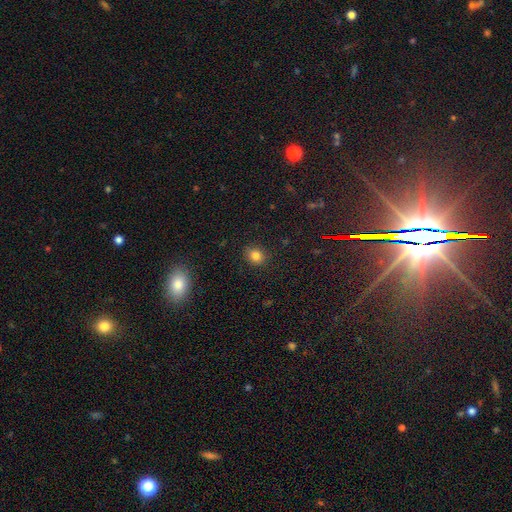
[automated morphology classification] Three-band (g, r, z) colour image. It shows a smooth galaxy with no disk features (81%) that is round (69%). Merging: none (87%).